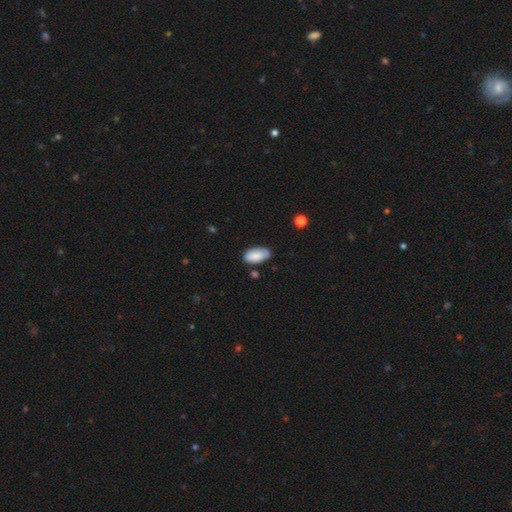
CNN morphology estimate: smooth 86%, featured or disk 8%, star or artifact 7%. Down the decision tree: how rounded — in between (95%); merging — none (72%).